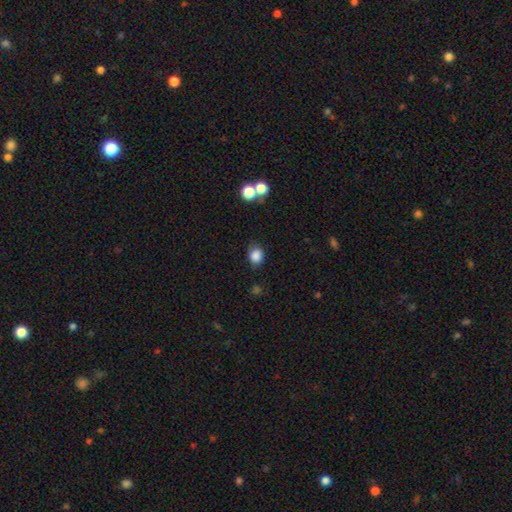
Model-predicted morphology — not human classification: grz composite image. It shows a smooth galaxy with no disk features (85%) that is round (60%). Merging: none (72%).